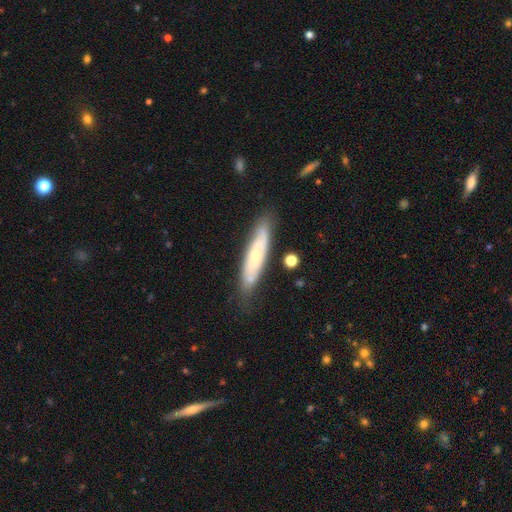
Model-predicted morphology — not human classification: Smooth or featured? featured or disk (54%)
Edge-on disk? no (55%)
Merging? none (76%)